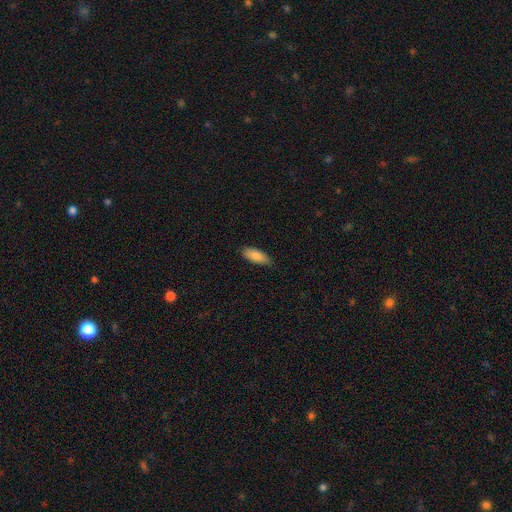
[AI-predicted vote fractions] smooth 85%, featured or disk 9%, star or artifact 6%. Down the decision tree: how rounded — in between (78%); merging — none (77%).